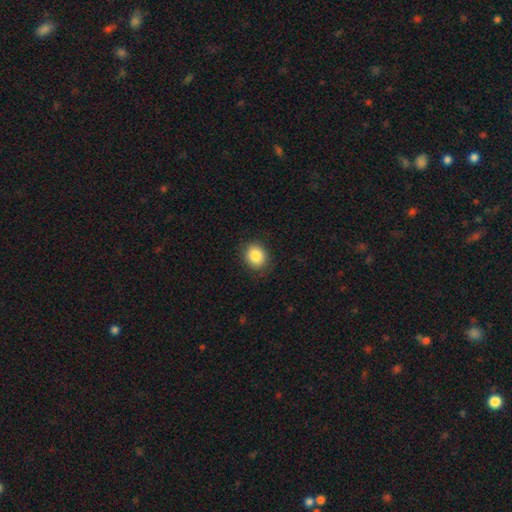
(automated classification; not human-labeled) The model was most divided on "how rounded": round: 64%, in between: 35%, cigar-shaped: 1%. More confident: merging — none (87%); smooth or featured — smooth (86%).